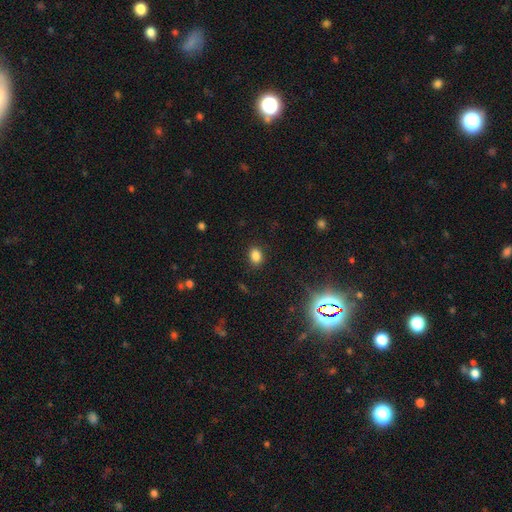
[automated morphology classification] Q: Smooth or featured?
A: smooth (82%); runner-up: star or artifact (13%)
Q: How rounded?
A: in between (67%); runner-up: round (32%)
Q: Merging?
A: none (87%); runner-up: minor disturbance (9%)